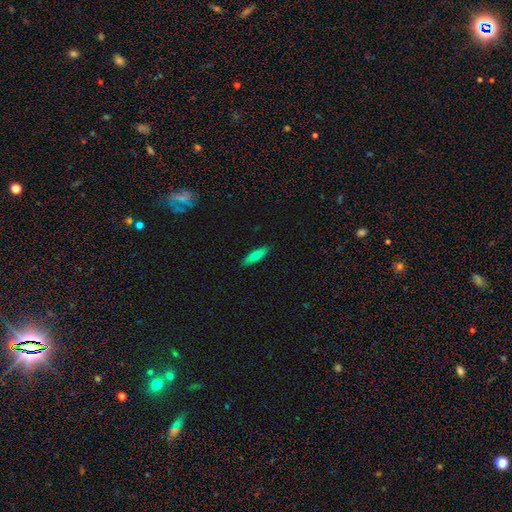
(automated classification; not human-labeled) Morphology: type=smooth (67%); roundness=cigar-shaped (63%); merging=none (89%).